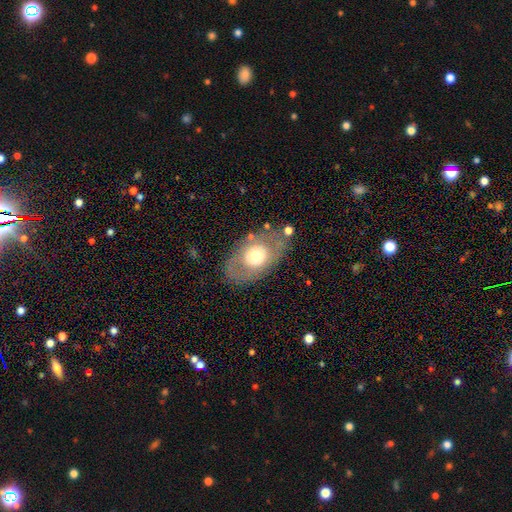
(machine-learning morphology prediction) Smooth or featured? Predicted: smooth (p=0.47). Merging? Predicted: none (p=0.75).